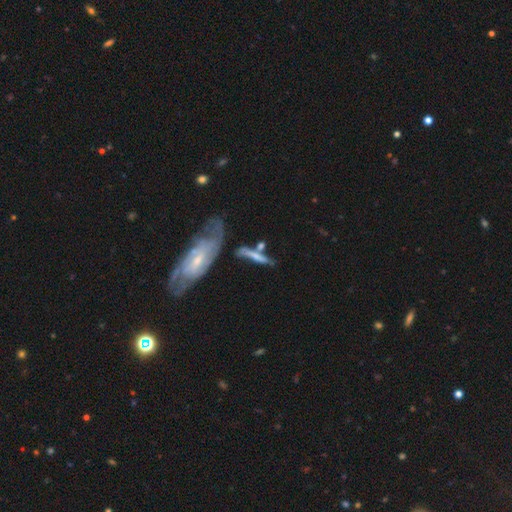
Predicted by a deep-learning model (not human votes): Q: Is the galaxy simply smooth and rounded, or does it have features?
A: smooth — 47%.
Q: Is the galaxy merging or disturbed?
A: none — 40%.